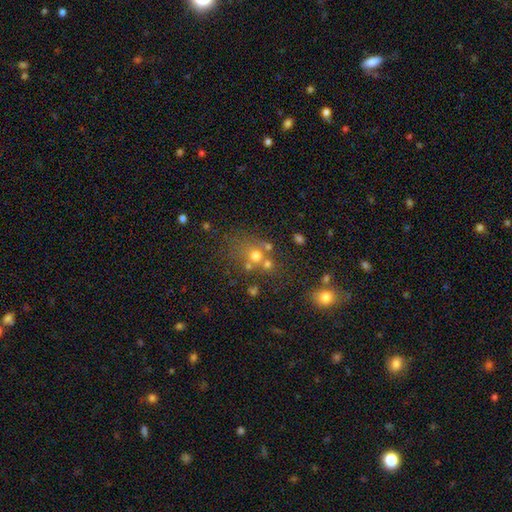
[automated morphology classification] Smooth or featured? Predicted: smooth (p=0.60). How rounded? Predicted: round (p=0.76). Merging? Predicted: none (p=0.48).